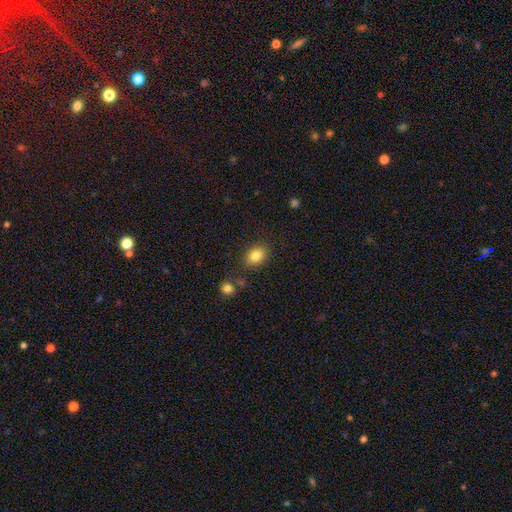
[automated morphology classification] This is clearly a smooth galaxy (83%). How rounded: likely in between (66%). Merging: likely none (79%).